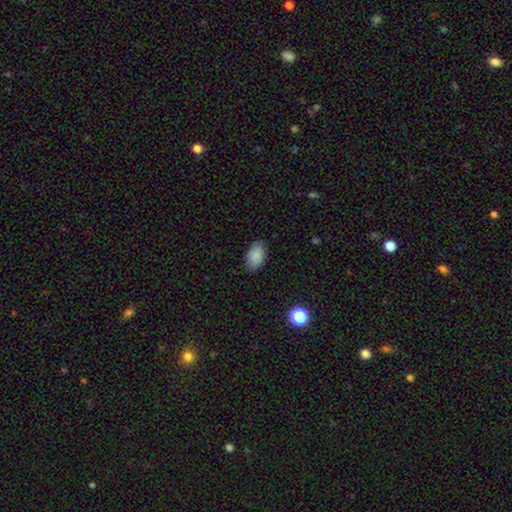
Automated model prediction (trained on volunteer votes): Q: Smooth or featured?
A: smooth (88%); runner-up: star or artifact (8%)
Q: How rounded?
A: in between (92%); runner-up: round (6%)
Q: Merging?
A: none (84%); runner-up: minor disturbance (12%)